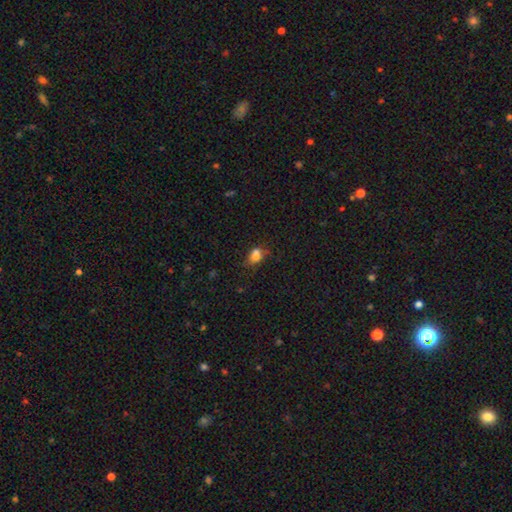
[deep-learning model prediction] The model was most divided on "merging": none: 42%, minor disturbance: 24%, merger: 23%, major disturbance: 11%. More confident: smooth or featured — smooth (75%); how rounded — in between (69%).